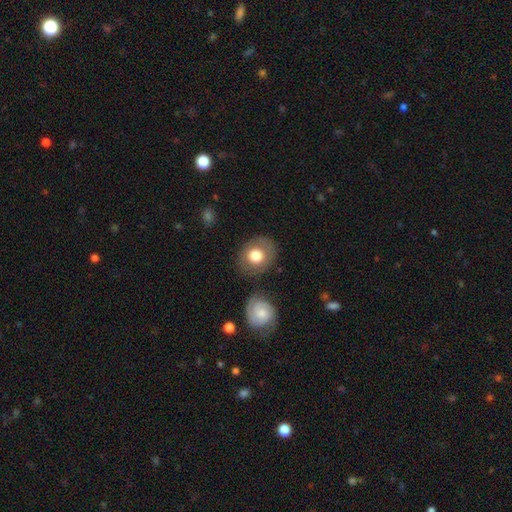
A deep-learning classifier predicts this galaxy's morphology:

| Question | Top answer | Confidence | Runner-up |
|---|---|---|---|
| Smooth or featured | smooth | 74% | featured or disk (19%) |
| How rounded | round | 72% | in between (27%) |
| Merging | none | 75% | minor disturbance (14%) |